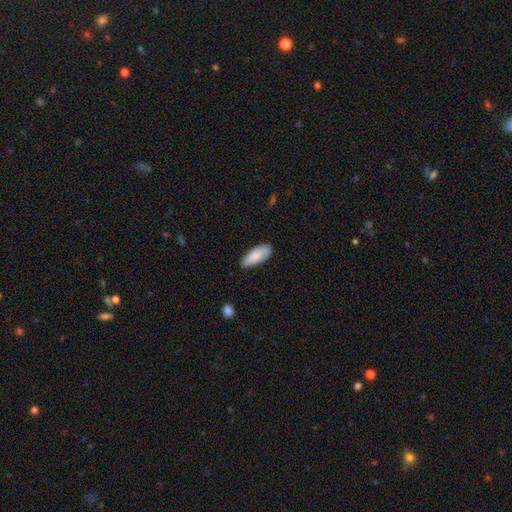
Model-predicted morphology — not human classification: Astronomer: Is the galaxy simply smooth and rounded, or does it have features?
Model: smooth — 86%.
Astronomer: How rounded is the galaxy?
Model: in between — 77%.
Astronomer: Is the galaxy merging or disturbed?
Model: none — 79%.